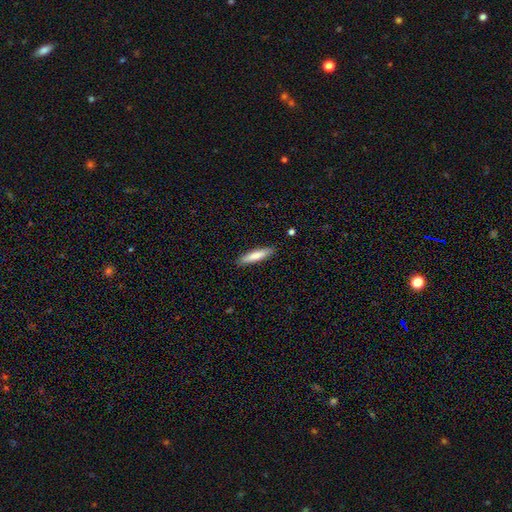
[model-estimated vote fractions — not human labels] Smooth or featured?
  - smooth: 78% *
  - featured or disk: 16%
  - star or artifact: 6%
How rounded?
  - cigar-shaped: 82% *
  - in between: 17%
  - round: 1%
Merging?
  - none: 88% *
  - minor disturbance: 9%
  - major disturbance: 2%
  - merger: 1%